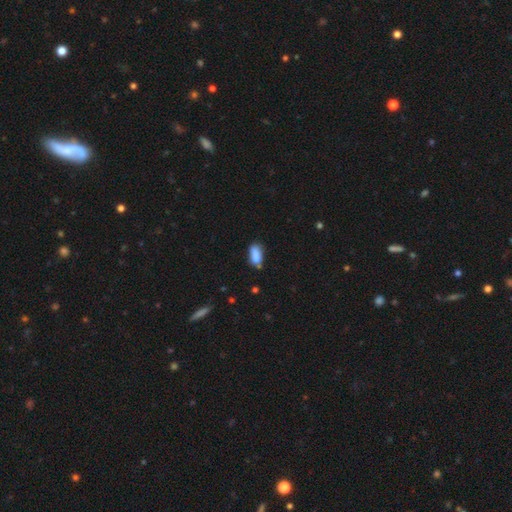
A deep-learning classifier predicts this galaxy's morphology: A smooth galaxy with no disk features (83%) that is in between round and cigar-shaped (85%). Merging: none (56%).